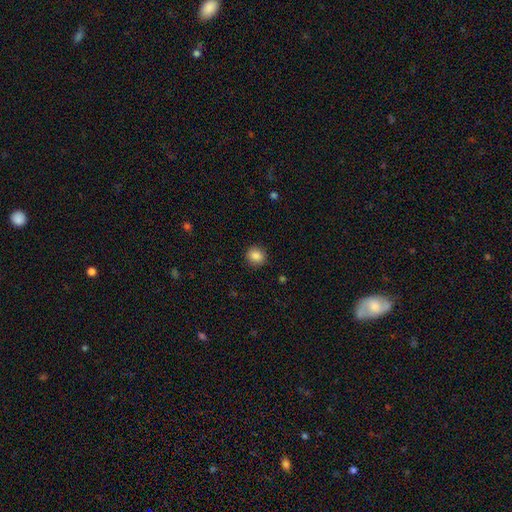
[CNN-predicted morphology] smooth_or_featured: smooth (p=0.87) [alt: star or artifact p=0.09]
how_rounded: round (p=0.79) [alt: in between p=0.20]
merging: none (p=0.89) [alt: minor disturbance p=0.08]